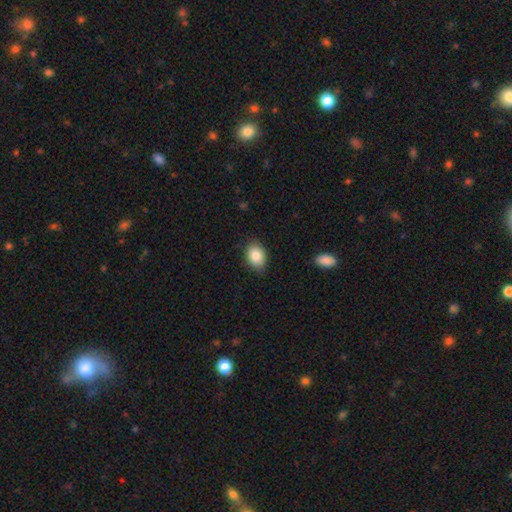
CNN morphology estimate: smooth-or-featured: smooth: 86% | star or artifact: 8% | featured or disk: 7%
  how-rounded: in between: 72% | round: 27% | cigar-shaped: 1%
  merging: none: 86% | minor disturbance: 10% | major disturbance: 2% | merger: 1%